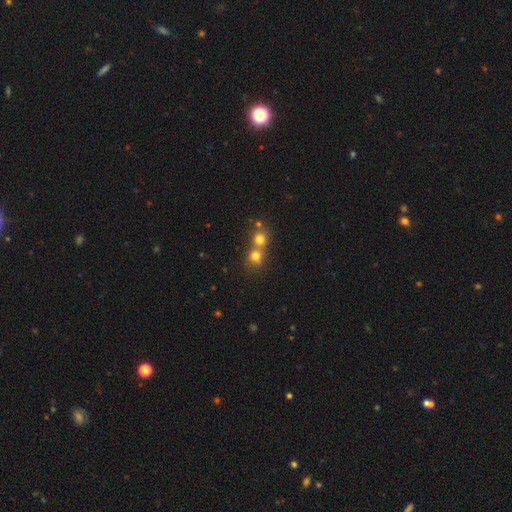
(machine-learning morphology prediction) Overall: smooth (72%). How rounded: round (83%). Merging: merger (57%; none 36%).